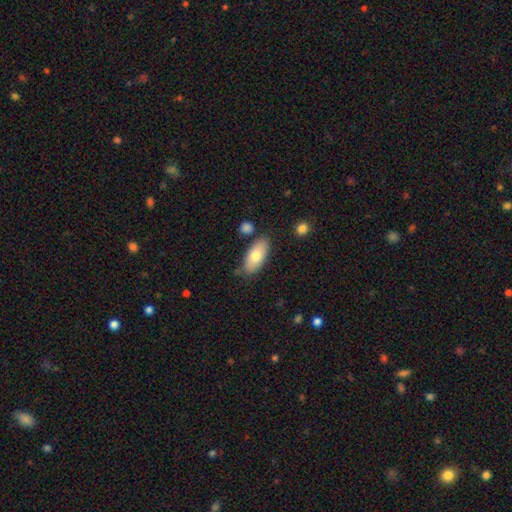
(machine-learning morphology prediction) Smooth or featured? Predicted: smooth (p=0.74). How rounded? Predicted: in between (p=0.88). Merging? Predicted: none (p=0.79).